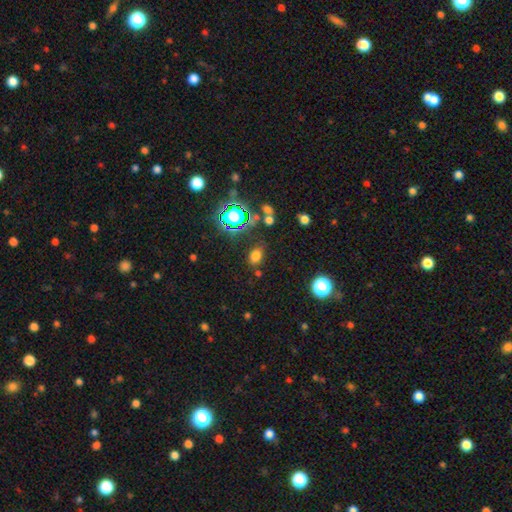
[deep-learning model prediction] This is likely a smooth galaxy (70%). How rounded: likely in between (76%). Merging: likely none (78%).